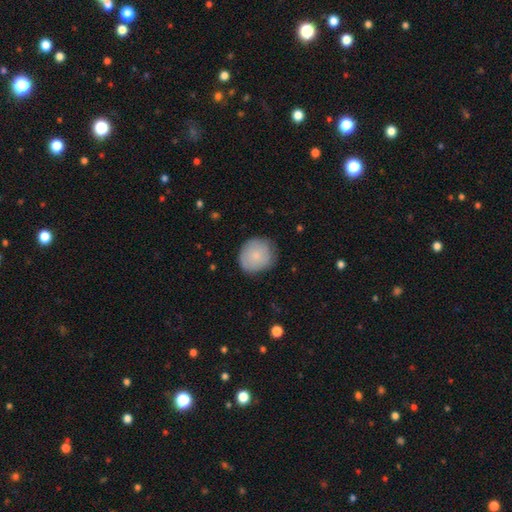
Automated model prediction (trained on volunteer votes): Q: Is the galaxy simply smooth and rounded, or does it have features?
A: smooth — 80%.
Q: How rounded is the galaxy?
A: round — 85%.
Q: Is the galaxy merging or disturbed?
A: none — 75%.